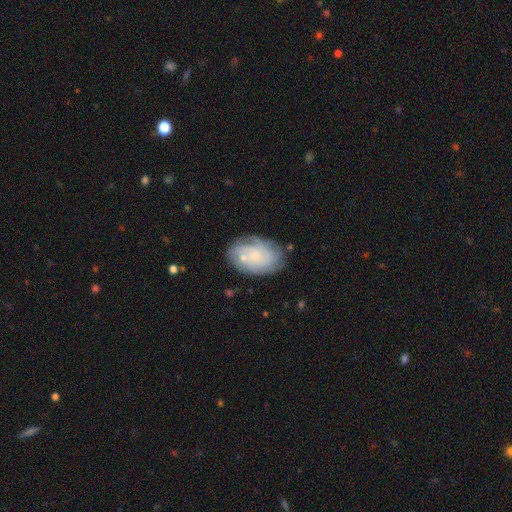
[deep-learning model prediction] This is possibly a featured or disk galaxy (53%). It is clearly not viewed edge-on (96%). Bar: clearly no (82%). Spiral arm pattern: likely yes (72%). Central bulge: likely small (71%). Merging: likely none (64%).